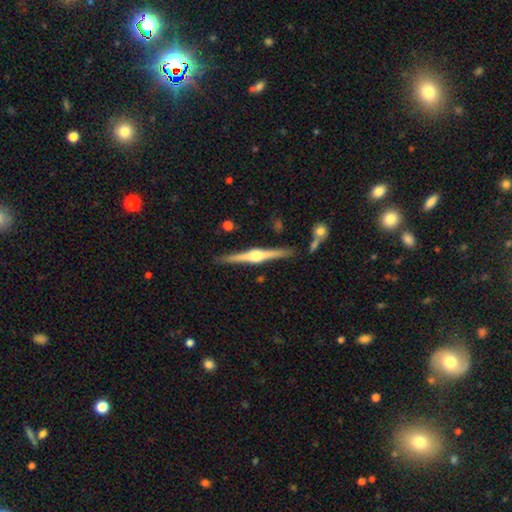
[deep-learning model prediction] smooth-or-featured: featured or disk: 84% | smooth: 11% | star or artifact: 5%
  disk-edge-on: yes: 99% | no: 1%
    edge-on-bulge: rounded: 94% | boxy: 4% | none: 2%
  merging: none: 90% | minor disturbance: 7% | merger: 2% | major disturbance: 1%